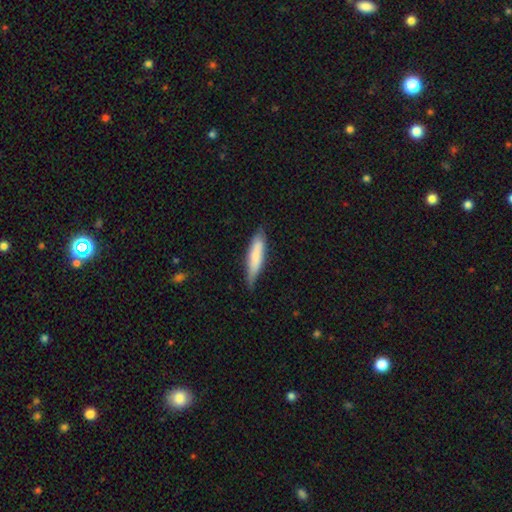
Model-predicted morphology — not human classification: This appears to be a smooth galaxy with no disk features (73%) that is cigar-shaped (77%). Merging: none (69%).